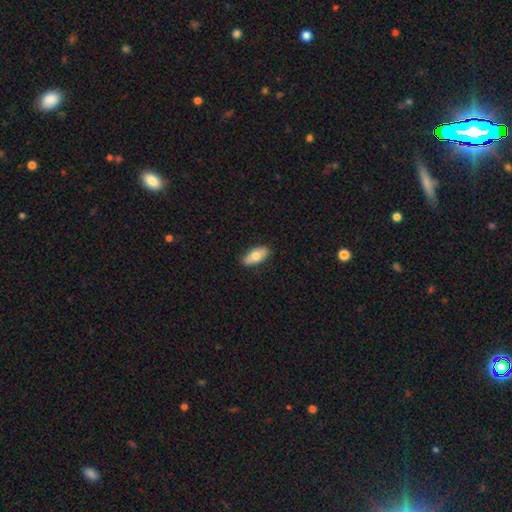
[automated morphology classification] A smooth galaxy with no disk features (74%) that is in between round and cigar-shaped (89%). Merging: none (88%).